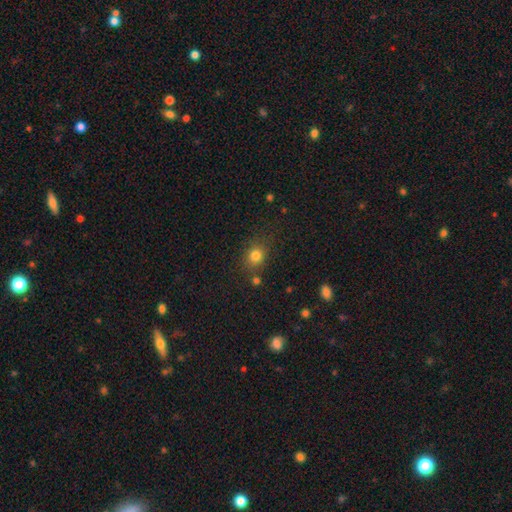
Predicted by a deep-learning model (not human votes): Smooth or featured?
  - smooth: 79% *
  - star or artifact: 14%
  - featured or disk: 7%
How rounded?
  - round: 72% *
  - in between: 27%
  - cigar-shaped: 1%
Merging?
  - none: 76% *
  - minor disturbance: 13%
  - merger: 6%
  - major disturbance: 5%